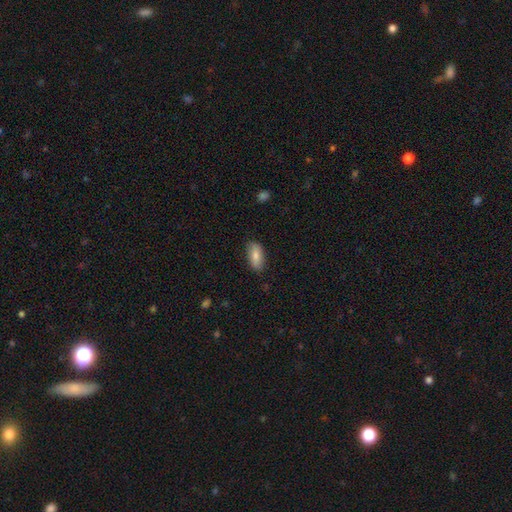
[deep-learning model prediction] Smooth or featured: smooth — 81% (featured or disk — 12%)
How rounded: in between — 85% (cigar-shaped — 12%)
Merging: none — 84% (minor disturbance — 12%)